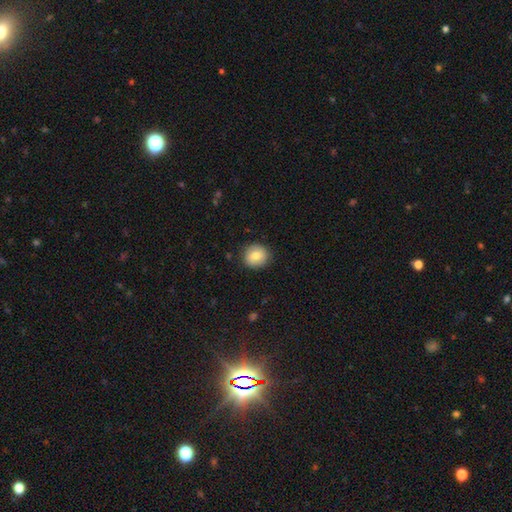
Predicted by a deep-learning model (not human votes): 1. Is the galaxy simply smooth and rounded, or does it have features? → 78% smooth, 15% featured or disk, 8% star or artifact.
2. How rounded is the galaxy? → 89% round, 10% in between, 1% cigar-shaped.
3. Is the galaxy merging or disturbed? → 88% none, 8% minor disturbance, 2% major disturbance, 1% merger.